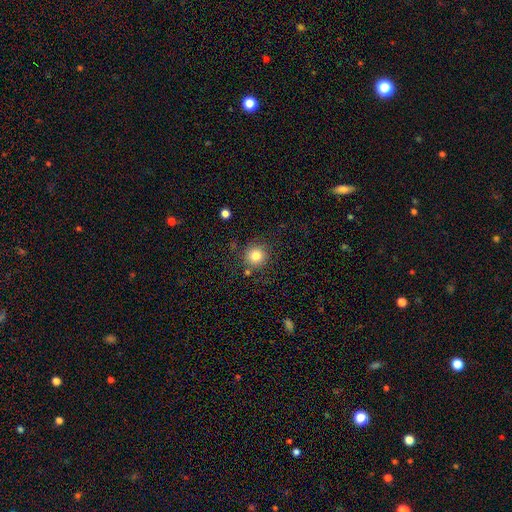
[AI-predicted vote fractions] Smooth or featured? smooth (82%)
How rounded? round (94%)
Merging? none (84%)